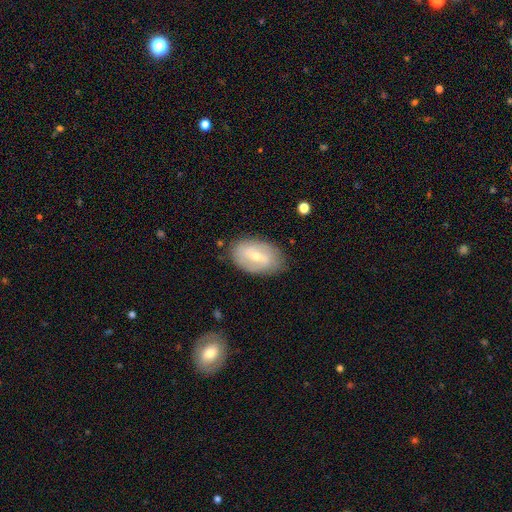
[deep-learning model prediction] This appears to be a featured or disk galaxy (57%) with a weak bar (49%), spiral arms (61%) and a moderate central bulge (48%, tied with small). Merging: none (79%).